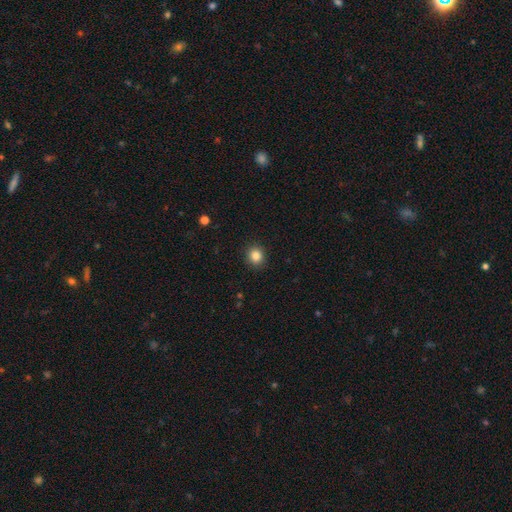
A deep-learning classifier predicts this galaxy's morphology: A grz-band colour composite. It shows a smooth galaxy with no disk features (85%) that is round (86%). Merging: none (91%).